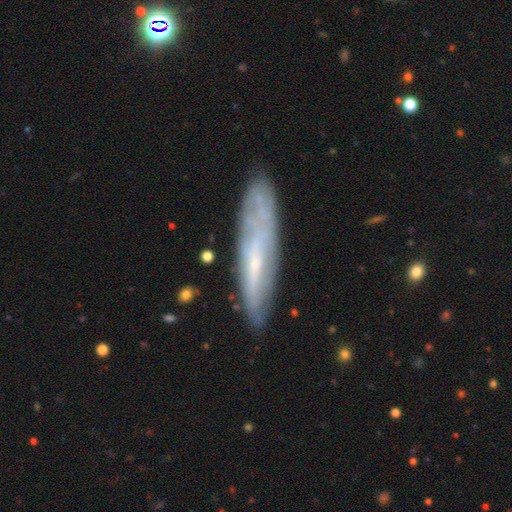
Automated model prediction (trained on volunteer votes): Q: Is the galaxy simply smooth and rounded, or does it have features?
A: featured or disk — 60%.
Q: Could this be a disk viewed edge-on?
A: no — 51%.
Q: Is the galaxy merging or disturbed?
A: none — 78%.